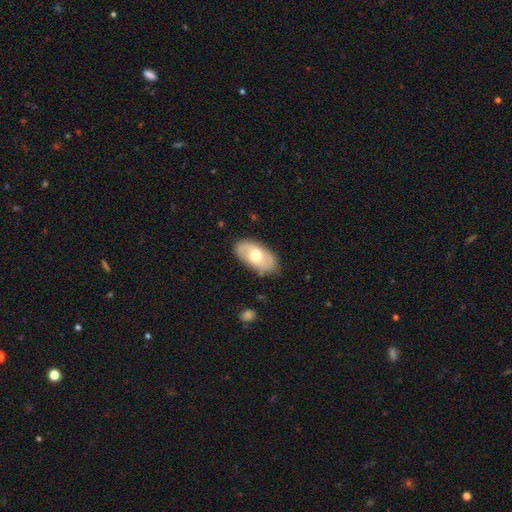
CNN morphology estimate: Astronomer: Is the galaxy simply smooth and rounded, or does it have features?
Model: smooth — 55% (runner-up: featured or disk, 40%).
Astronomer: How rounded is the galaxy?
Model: in between — 93%.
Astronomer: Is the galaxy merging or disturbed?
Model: none — 82%.